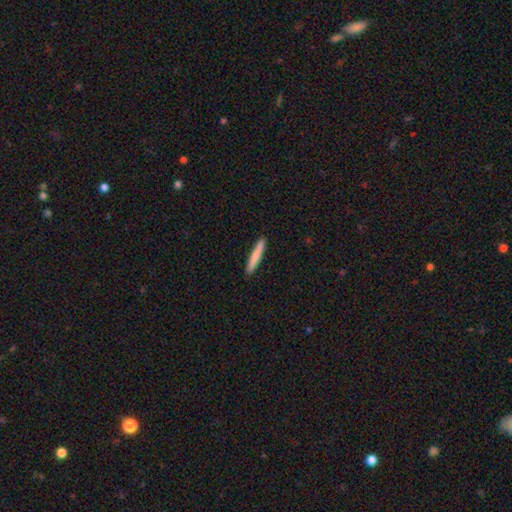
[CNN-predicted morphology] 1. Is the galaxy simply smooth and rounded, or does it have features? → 79% smooth, 16% featured or disk, 5% star or artifact.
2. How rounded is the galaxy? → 95% cigar-shaped, 4% in between, 1% round.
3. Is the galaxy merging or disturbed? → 92% none, 6% minor disturbance, 1% major disturbance, 1% merger.